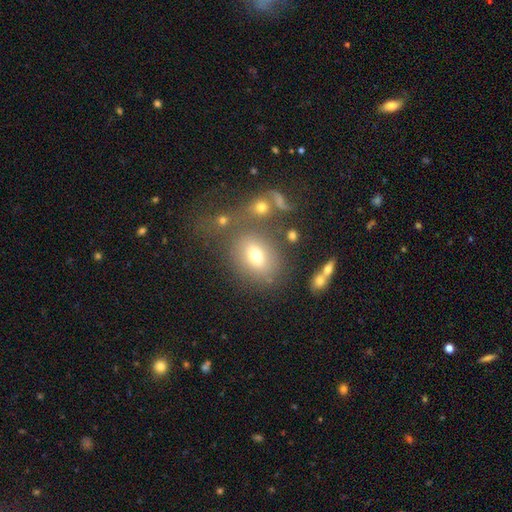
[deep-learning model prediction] smooth 67%, featured or disk 19%, star or artifact 14%. Down the decision tree: how rounded — in between (61%); merging — none (62%).